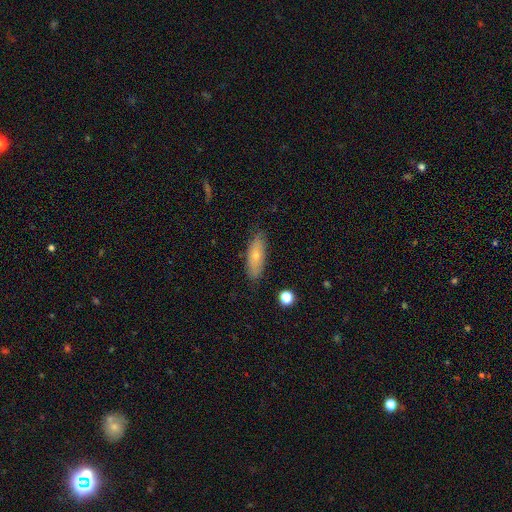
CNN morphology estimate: Smooth or featured? Predicted: smooth (p=0.65). How rounded? Predicted: in between (p=0.63). Merging? Predicted: none (p=0.83).